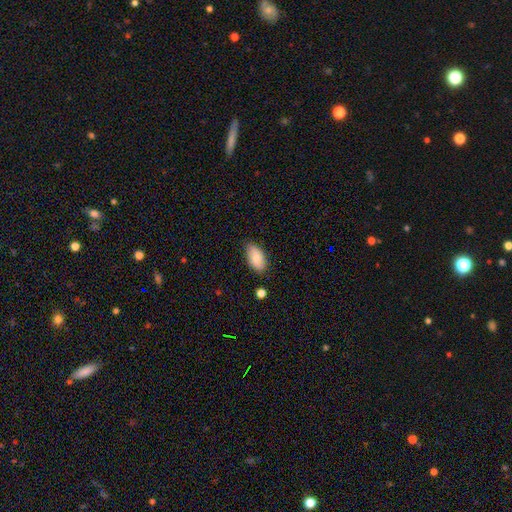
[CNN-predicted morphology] smooth-or-featured: smooth: 81% | featured or disk: 12% | star or artifact: 7%
  how-rounded: in between: 94% | round: 3% | cigar-shaped: 3%
  merging: none: 81% | minor disturbance: 14% | major disturbance: 2% | merger: 2%